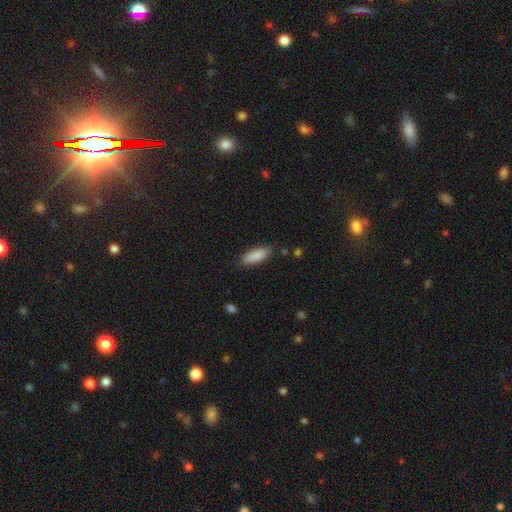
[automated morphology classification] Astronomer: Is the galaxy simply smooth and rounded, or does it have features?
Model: smooth — 88%.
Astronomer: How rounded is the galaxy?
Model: in between — 64%.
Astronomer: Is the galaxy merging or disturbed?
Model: none — 83%.